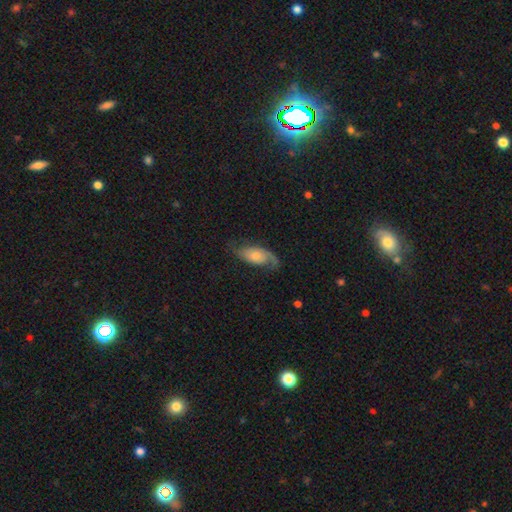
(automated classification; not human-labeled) Q: Smooth or featured?
A: featured or disk (63%); runner-up: smooth (31%)
Q: Edge-on disk?
A: no (92%); runner-up: yes (8%)
Q: Bar?
A: no (70%); runner-up: weak (25%)
Q: Spiral arms?
A: yes (90%); runner-up: no (10%)
Q: Spiral winding?
A: medium (40%); runner-up: loose (35%)
Q: Spiral arm count?
A: 2 (64%); runner-up: 1 (24%)
Q: Bulge size?
A: moderate (42%); runner-up: small (38%)
Q: Merging?
A: none (61%); runner-up: minor disturbance (23%)